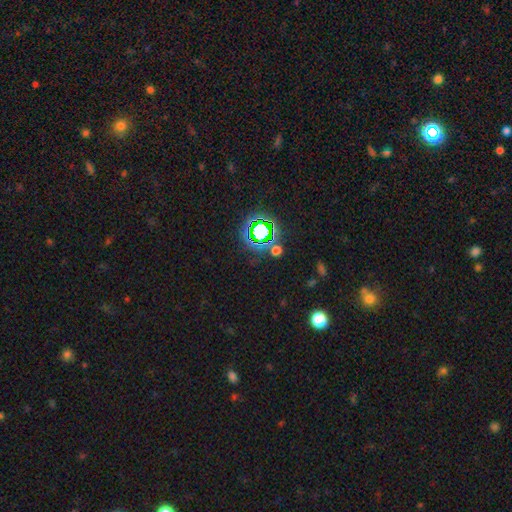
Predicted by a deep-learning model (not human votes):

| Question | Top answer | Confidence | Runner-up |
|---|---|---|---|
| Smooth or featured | star or artifact | 72% | smooth (20%) |